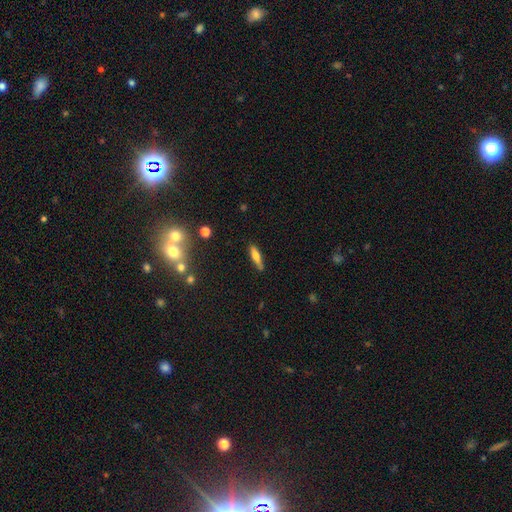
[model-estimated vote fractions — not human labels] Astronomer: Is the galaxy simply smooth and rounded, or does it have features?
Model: smooth — 62%.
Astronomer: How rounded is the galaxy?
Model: cigar-shaped — 70%.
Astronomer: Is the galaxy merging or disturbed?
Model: none — 82%.